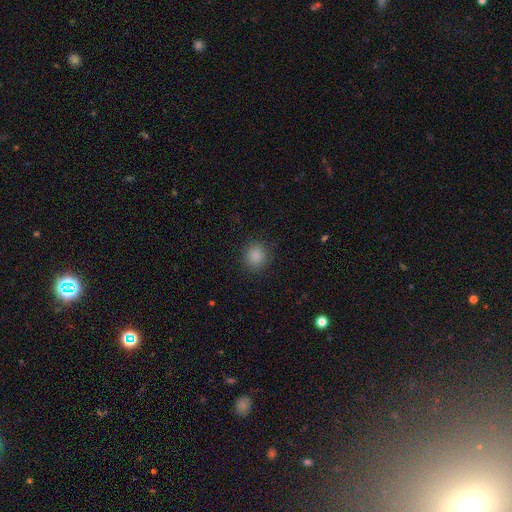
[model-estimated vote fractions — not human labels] Smooth or featured? smooth (86%)
How rounded? round (85%)
Merging? none (89%)